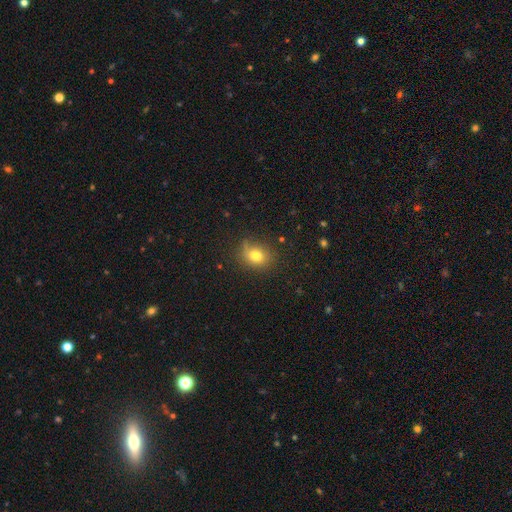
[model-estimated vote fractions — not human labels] Morphology: type=smooth (76%); roundness=round (55%); merging=none (68%).